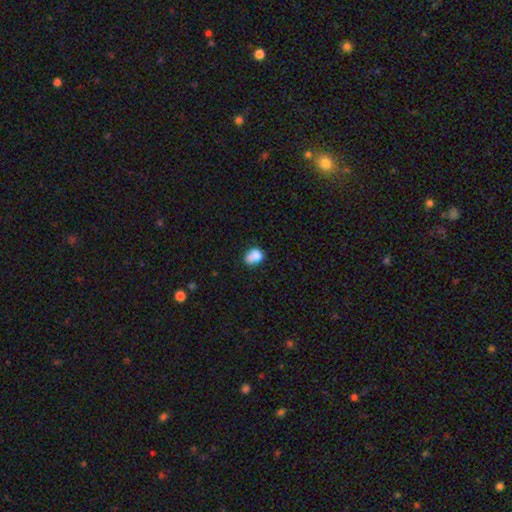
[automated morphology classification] smooth-or-featured: smooth: 80% | featured or disk: 10% | star or artifact: 10%
  how-rounded: in between: 62% | round: 37% | cigar-shaped: 1%
  merging: none: 42% | minor disturbance: 34% | merger: 13% | major disturbance: 11%